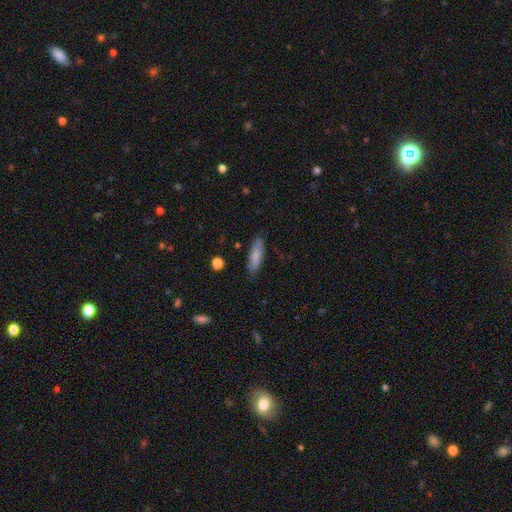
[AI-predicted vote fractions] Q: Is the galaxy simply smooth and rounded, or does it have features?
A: smooth — 82%.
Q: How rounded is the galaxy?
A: cigar-shaped — 57%.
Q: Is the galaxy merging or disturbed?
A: none — 84%.